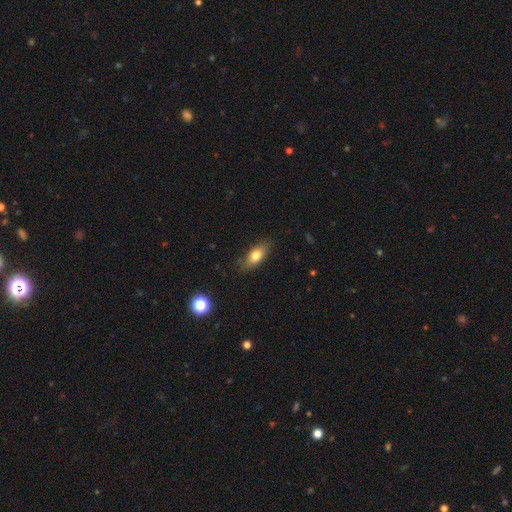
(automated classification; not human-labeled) smooth-or-featured: smooth: 76% | featured or disk: 16% | star or artifact: 8%
  how-rounded: in between: 79% | cigar-shaped: 16% | round: 5%
  merging: none: 80% | minor disturbance: 15% | major disturbance: 3% | merger: 1%